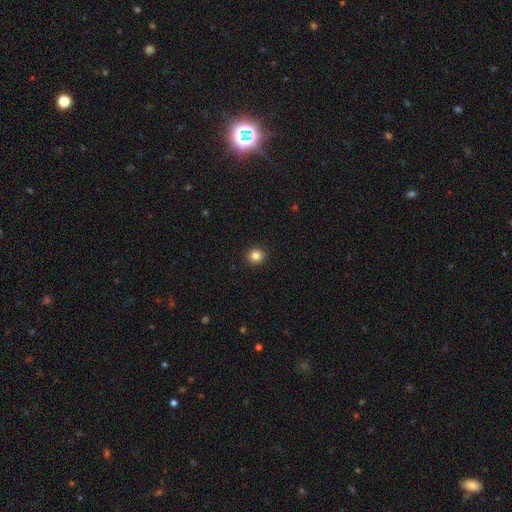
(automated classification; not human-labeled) This appears to be a smooth galaxy with no disk features (84%) that is round (91%). Merging: none (93%).